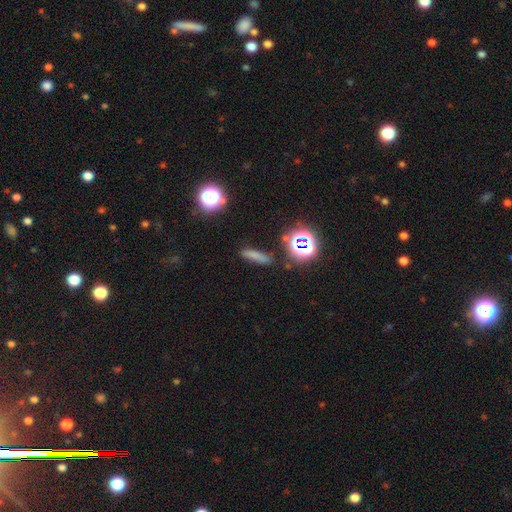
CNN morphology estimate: This is likely a smooth galaxy (67%). How rounded: likely cigar-shaped (70%). Merging: likely none (78%).